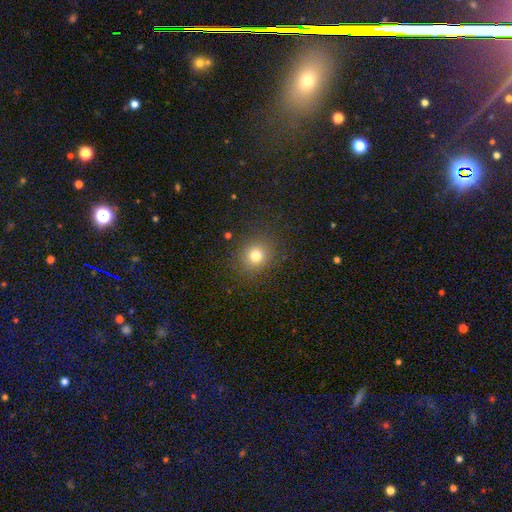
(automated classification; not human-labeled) smooth-or-featured: smooth: 77% | star or artifact: 15% | featured or disk: 8%
  how-rounded: round: 81% | in between: 18% | cigar-shaped: 1%
  merging: none: 87% | minor disturbance: 8% | major disturbance: 4% | merger: 1%